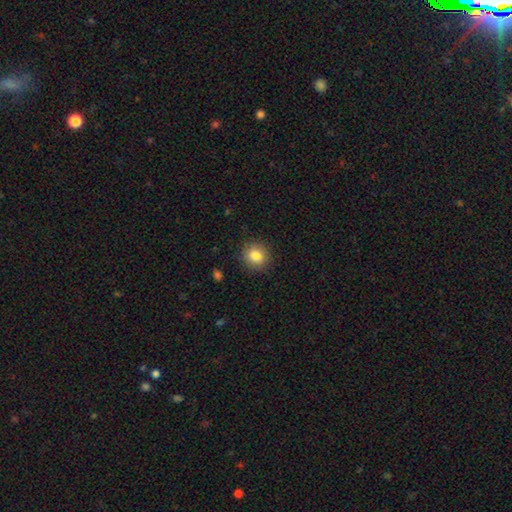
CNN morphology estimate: Overall: smooth (85%). How rounded: round (85%). Merging: none (87%).